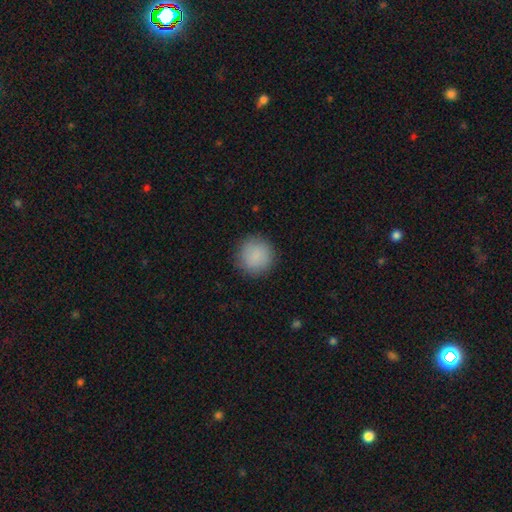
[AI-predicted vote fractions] A smooth galaxy with no disk features (88%) that is round (95%). Merging: none (89%).